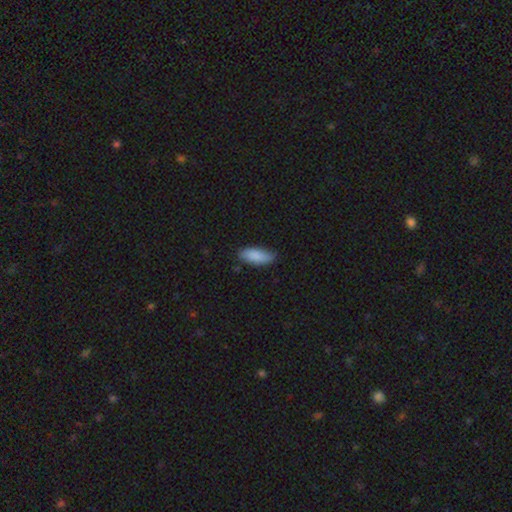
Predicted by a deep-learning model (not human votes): smooth-or-featured: smooth: 87% | featured or disk: 7% | star or artifact: 6%
  how-rounded: in between: 75% | cigar-shaped: 24% | round: 2%
  merging: none: 77% | minor disturbance: 18% | major disturbance: 3% | merger: 1%